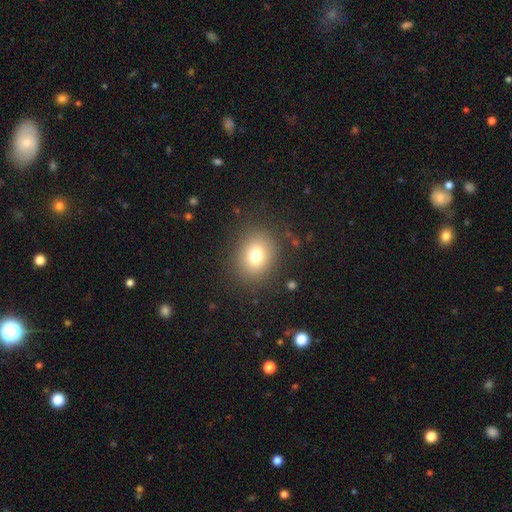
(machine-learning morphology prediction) smooth-or-featured: smooth: 76% | star or artifact: 13% | featured or disk: 11%
  how-rounded: round: 62% | in between: 37% | cigar-shaped: 1%
  merging: none: 86% | minor disturbance: 9% | major disturbance: 4% | merger: 1%